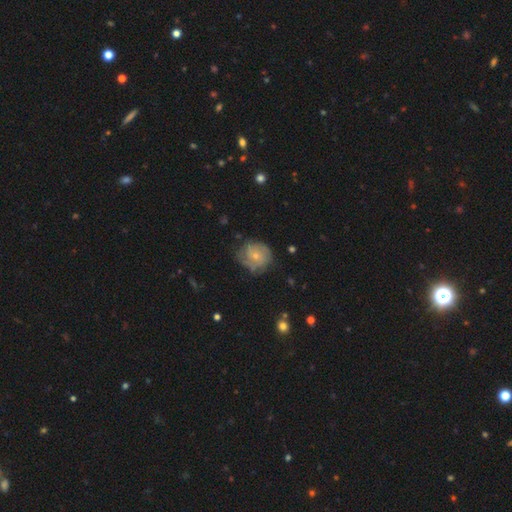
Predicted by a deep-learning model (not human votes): Overall: featured or disk (58%; smooth 35%). Edge-on disk: no (97%). Bar: no (81%). Spiral arms: yes (79%). Bulge size: small (70%). Merging: none (62%; minor disturbance 26%).